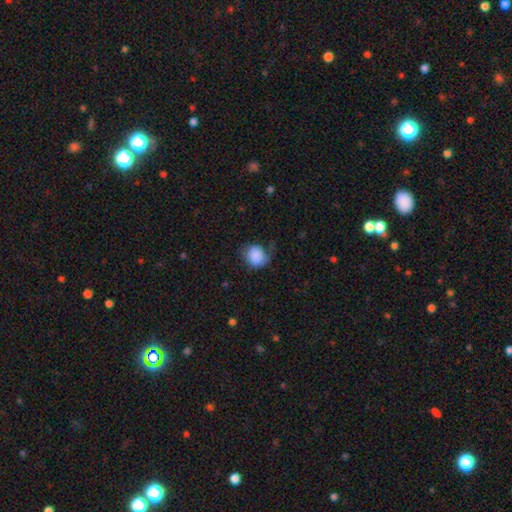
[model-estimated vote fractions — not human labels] A smooth galaxy with no disk features (85%) that is round (66%).

Vote fractions:
- Smooth or featured? smooth: 85% / star or artifact: 8% / featured or disk: 7%
- How rounded? round: 66% / in between: 33% / cigar-shaped: 1%
- Merging? none: 53% / minor disturbance: 30% / major disturbance: 15% / merger: 2%